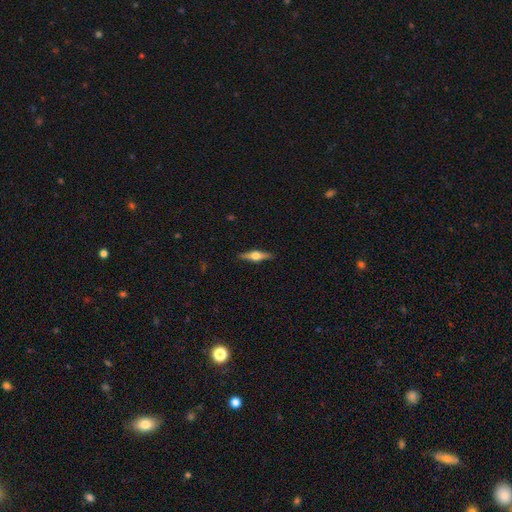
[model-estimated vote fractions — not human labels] The model was most divided on "smooth or featured": featured or disk: 66%, smooth: 28%, star or artifact: 6%. More confident: edge-on disk — yes (96%); edge-on bulge — rounded (95%); merging — none (90%).